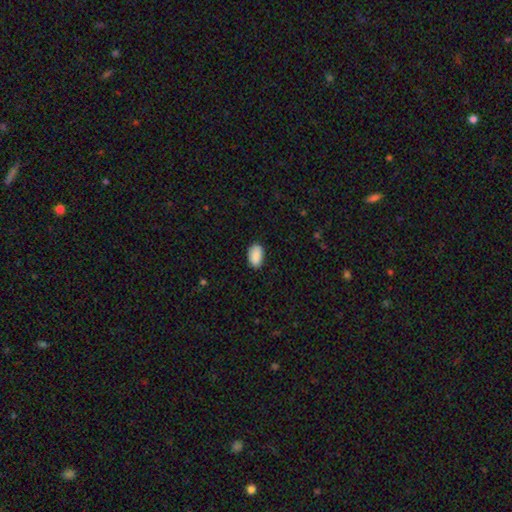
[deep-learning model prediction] Smooth or featured: smooth — 90% (star or artifact — 7%)
How rounded: in between — 92% (round — 6%)
Merging: none — 85% (minor disturbance — 12%)